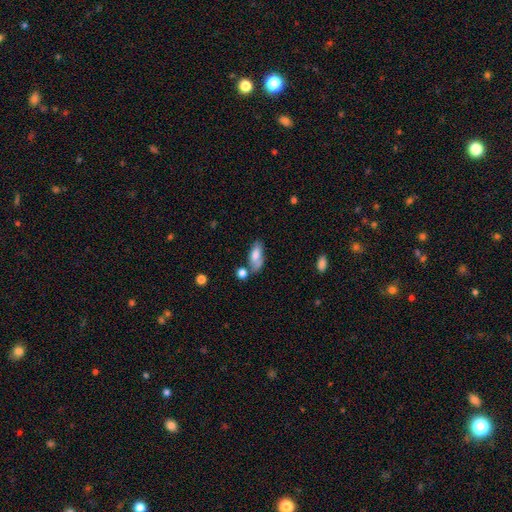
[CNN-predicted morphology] Q: Smooth or featured?
A: smooth (72%); runner-up: featured or disk (20%)
Q: How rounded?
A: in between (79%); runner-up: cigar-shaped (18%)
Q: Merging?
A: none (49%); runner-up: minor disturbance (23%)